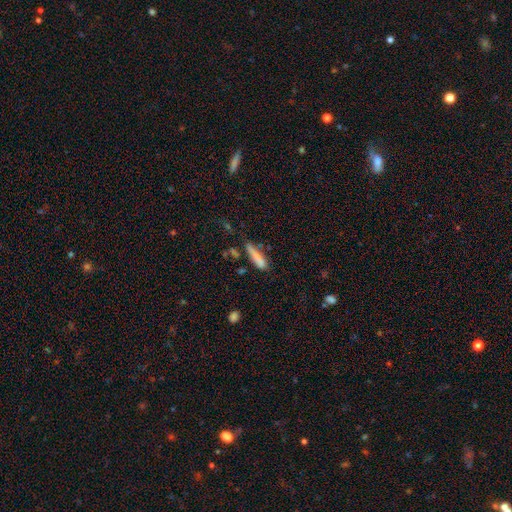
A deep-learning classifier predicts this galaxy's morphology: A smooth galaxy with no disk features (80%) that is cigar-shaped (77%). Merging: none (60%).